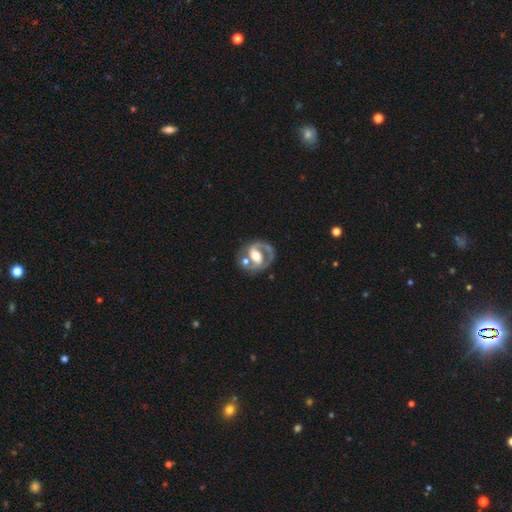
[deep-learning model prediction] A featured or disk galaxy (82%) with a weak bar (39%), 2 (60%) medium (44%) spiral arms (86%) and a moderate central bulge (62%).

Vote fractions:
- Smooth or featured? featured or disk: 82% / smooth: 13% / star or artifact: 5%
- Edge-on disk? no: 97% / yes: 3%
- Bar? weak: 39% / no: 31% / strong: 30%
- Spiral arms? yes: 86% / no: 14%
- Spiral winding? medium: 44% / tight: 42% / loose: 14%
- Spiral arm count? 2: 60% / 1: 31% / can't tell: 6% / 3: 2% / 4: 1% / more than 4: 1%
- Bulge size? moderate: 62% / large: 20% / small: 14% / none: 2% / dominant: 2%
- Merging? none: 56% / minor disturbance: 18% / merger: 13% / major disturbance: 13%